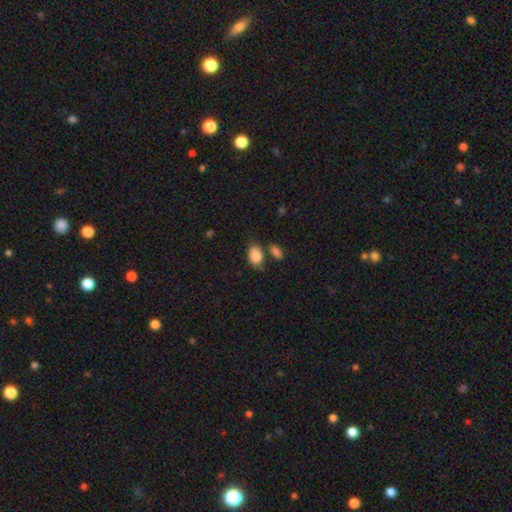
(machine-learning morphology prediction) The model was most divided on "merging": none: 55%, minor disturbance: 21%, merger: 17%, major disturbance: 7%. More confident: how rounded — in between (87%); smooth or featured — smooth (86%).